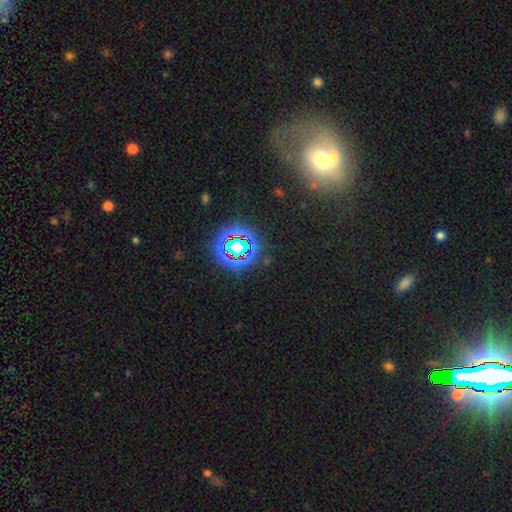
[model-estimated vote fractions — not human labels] Smooth or featured? Predicted: star or artifact (p=0.61).